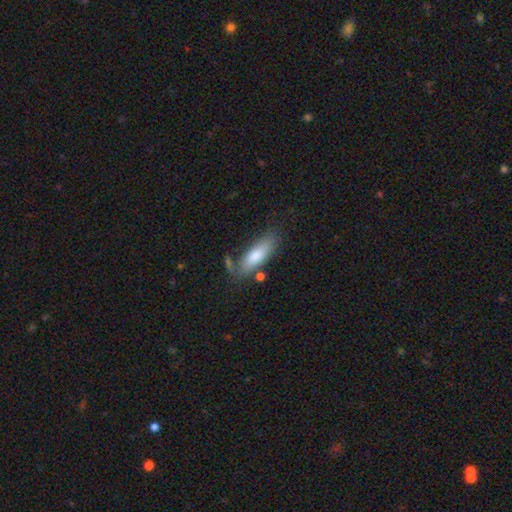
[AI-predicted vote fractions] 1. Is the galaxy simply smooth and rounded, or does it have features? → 77% smooth, 17% featured or disk, 6% star or artifact.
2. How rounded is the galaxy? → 60% in between, 38% cigar-shaped, 2% round.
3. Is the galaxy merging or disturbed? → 65% none, 20% minor disturbance, 9% merger, 6% major disturbance.